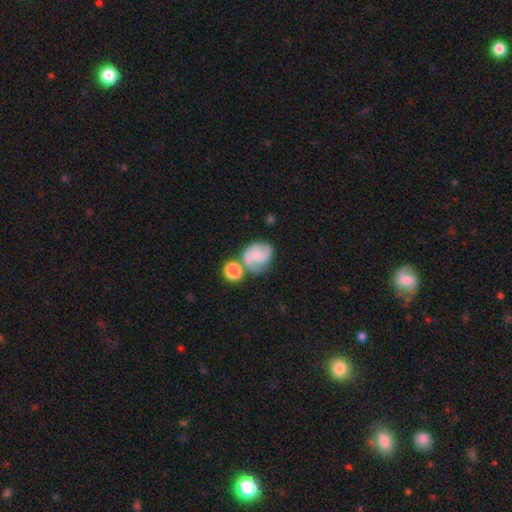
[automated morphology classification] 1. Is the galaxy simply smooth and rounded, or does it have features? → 52% featured or disk, 39% smooth, 9% star or artifact.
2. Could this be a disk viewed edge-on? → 98% no, 2% yes.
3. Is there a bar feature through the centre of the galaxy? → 64% no, 30% weak, 6% strong.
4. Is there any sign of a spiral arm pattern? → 86% yes, 14% no.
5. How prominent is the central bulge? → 40% small, 37% none, 16% moderate, 4% large, 2% dominant.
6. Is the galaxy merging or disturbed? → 43% none, 22% minor disturbance, 22% merger, 13% major disturbance.